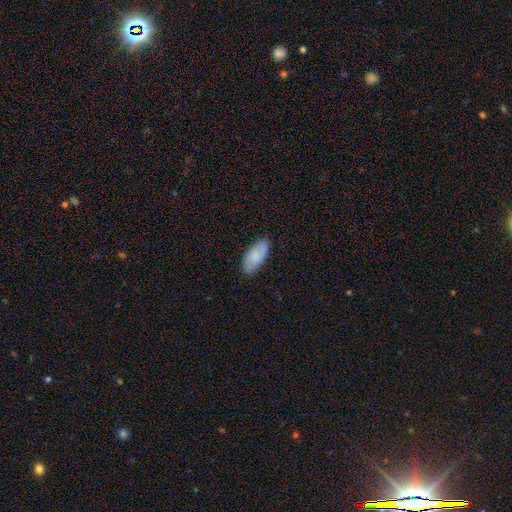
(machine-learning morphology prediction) smooth-or-featured: smooth: 76% | featured or disk: 17% | star or artifact: 6%
  how-rounded: in between: 91% | cigar-shaped: 7% | round: 2%
  merging: none: 83% | minor disturbance: 14% | major disturbance: 2% | merger: 1%